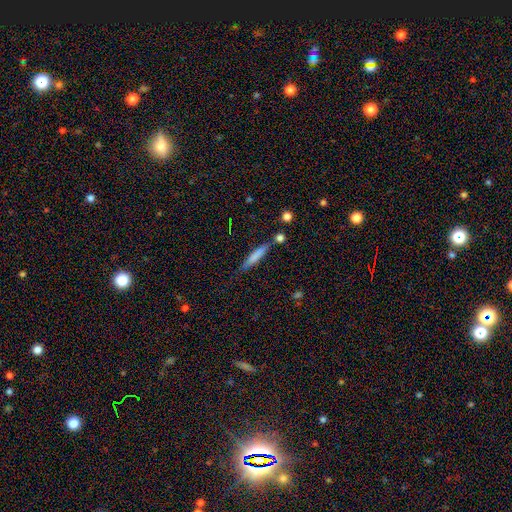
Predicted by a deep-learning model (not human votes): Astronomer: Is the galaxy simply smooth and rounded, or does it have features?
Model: smooth — 71%.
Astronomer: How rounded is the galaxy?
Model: cigar-shaped — 91%.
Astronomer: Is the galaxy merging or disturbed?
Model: none — 78%.